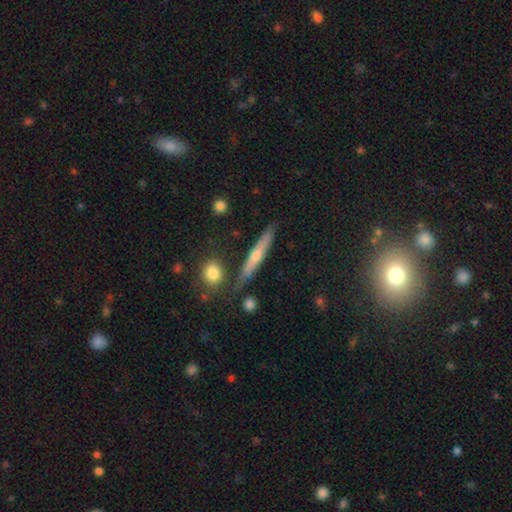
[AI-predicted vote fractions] Smooth or featured?
  - featured or disk: 49% *
  - smooth: 44%
  - star or artifact: 7%
Merging?
  - none: 81% *
  - minor disturbance: 12%
  - merger: 5%
  - major disturbance: 3%